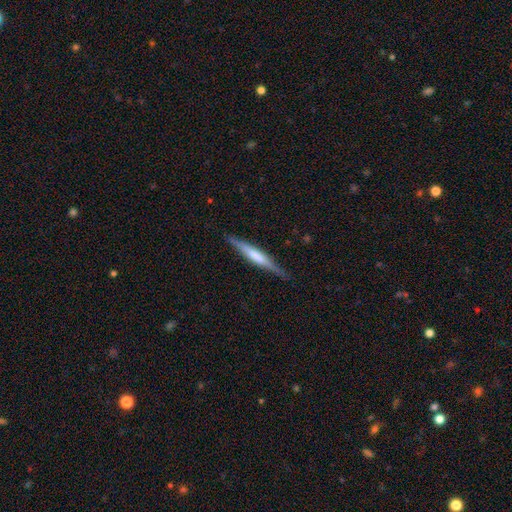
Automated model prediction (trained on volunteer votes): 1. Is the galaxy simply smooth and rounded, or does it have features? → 55% featured or disk, 39% smooth, 5% star or artifact.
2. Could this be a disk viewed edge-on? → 96% yes, 4% no.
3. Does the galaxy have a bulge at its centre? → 37% none, 36% boxy, 27% rounded.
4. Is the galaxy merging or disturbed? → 85% none, 11% minor disturbance, 2% major disturbance, 1% merger.